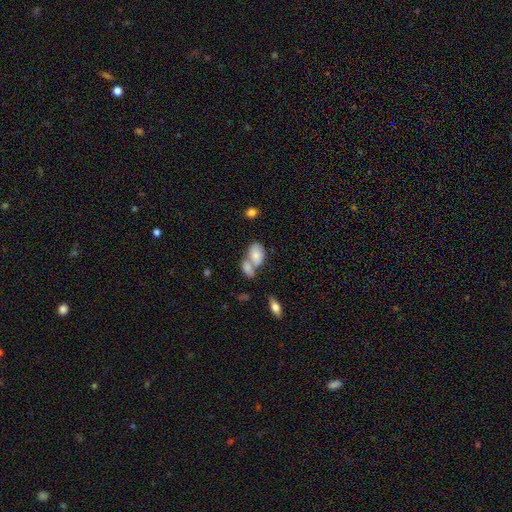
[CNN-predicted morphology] The model was most divided on "merging": merger: 55%, none: 29%, minor disturbance: 11%, major disturbance: 5%. More confident: how rounded — in between (87%); smooth or featured — smooth (75%).